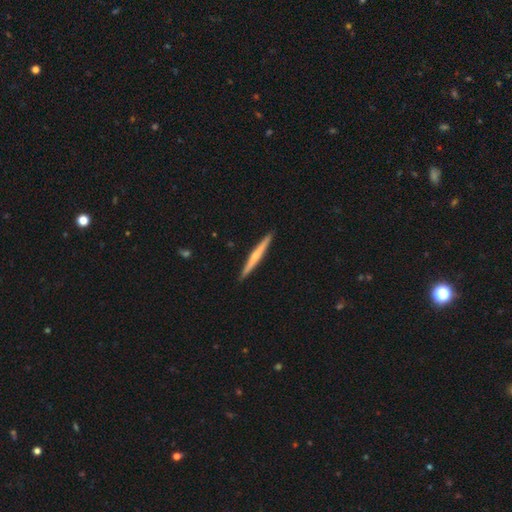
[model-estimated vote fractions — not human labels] Smooth or featured: featured or disk — 54% (smooth — 41%)
Edge-on disk: yes — 98% (no — 2%)
Edge-on bulge: rounded — 52% (none — 42%)
Merging: none — 92% (minor disturbance — 5%)